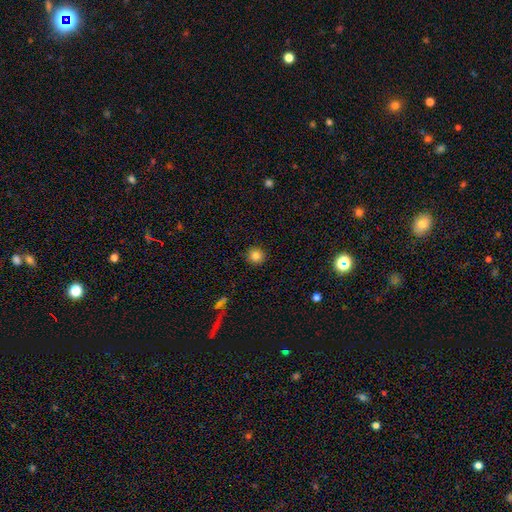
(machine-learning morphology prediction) The model was most divided on "smooth or featured": smooth: 84%, star or artifact: 11%, featured or disk: 5%. More confident: how rounded — round (93%); merging — none (91%).